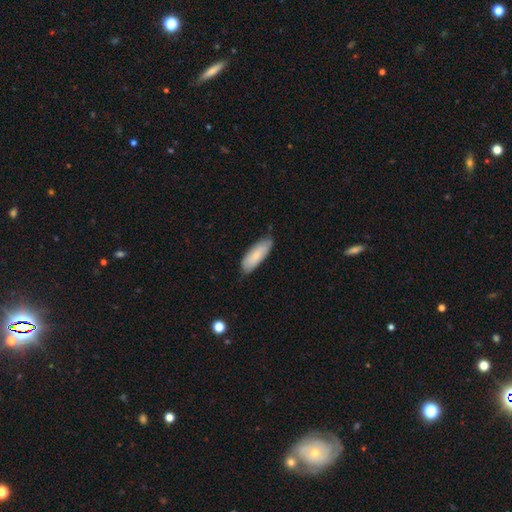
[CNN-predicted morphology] Q: Smooth or featured?
A: smooth (76%); runner-up: featured or disk (18%)
Q: How rounded?
A: in between (72%); runner-up: cigar-shaped (27%)
Q: Merging?
A: none (71%); runner-up: minor disturbance (24%)